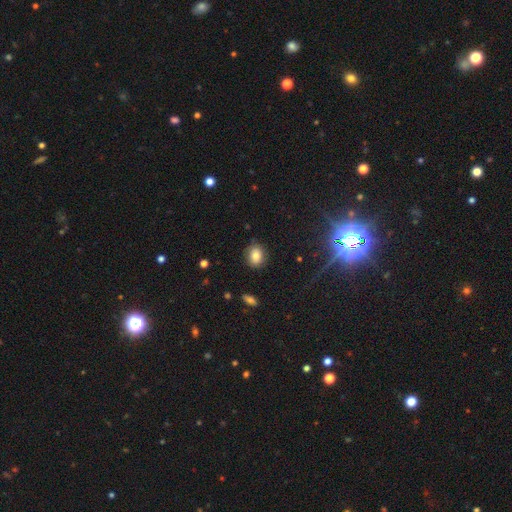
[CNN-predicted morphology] This appears to be a smooth galaxy with no disk features (81%) that is in between round and cigar-shaped (51%). Merging: none (84%).